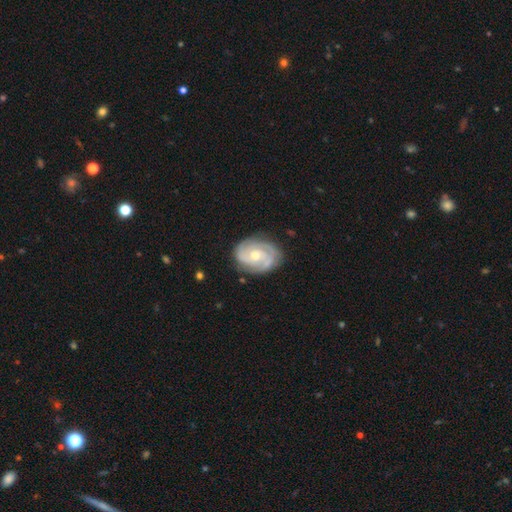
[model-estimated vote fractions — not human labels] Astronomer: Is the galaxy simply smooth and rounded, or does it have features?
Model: featured or disk — 84%.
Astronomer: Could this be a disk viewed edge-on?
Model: no — 98%.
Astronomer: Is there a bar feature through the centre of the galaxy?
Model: no — 66%.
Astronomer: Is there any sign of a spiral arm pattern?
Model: yes — 95%.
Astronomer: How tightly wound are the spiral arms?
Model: tight — 59%.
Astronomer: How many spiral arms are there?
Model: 2 — 47% (runner-up: 3, 24%).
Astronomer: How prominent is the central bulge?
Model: moderate — 56% (runner-up: small, 40%).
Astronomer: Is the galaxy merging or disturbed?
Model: none — 78%.